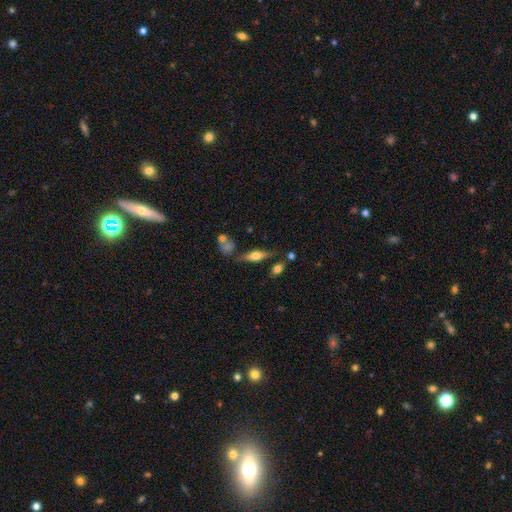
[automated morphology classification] This is possibly a featured or disk galaxy (56%). It is clearly viewed edge-on (91%). Edge-on bulge: clearly rounded (91%). Merging: likely none (72%).